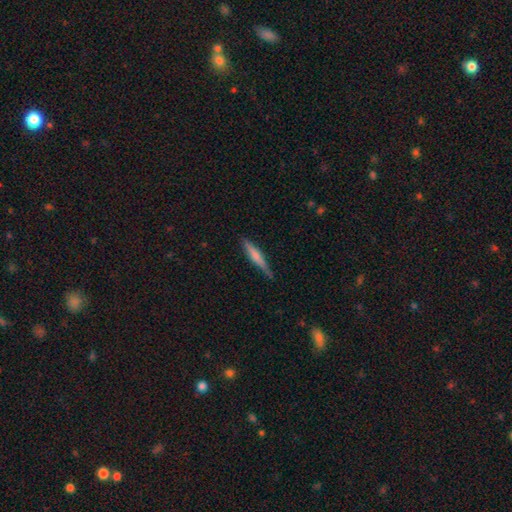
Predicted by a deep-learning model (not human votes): This is possibly a smooth galaxy (52%). How rounded: clearly cigar-shaped (92%). Merging: clearly none (82%).